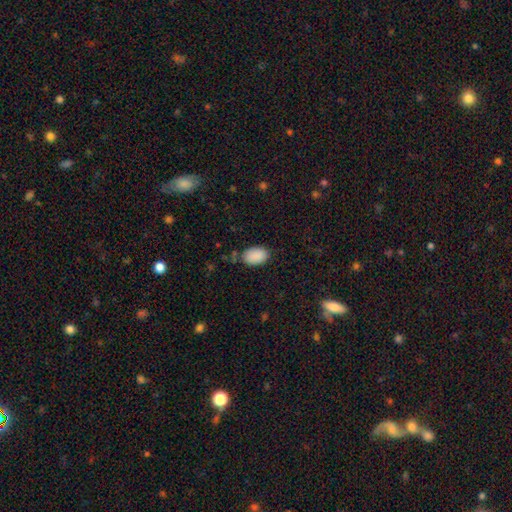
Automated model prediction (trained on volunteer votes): The model was most divided on "merging": none: 77%, minor disturbance: 17%, major disturbance: 4%, merger: 3%. More confident: how rounded — in between (90%); smooth or featured — smooth (90%).